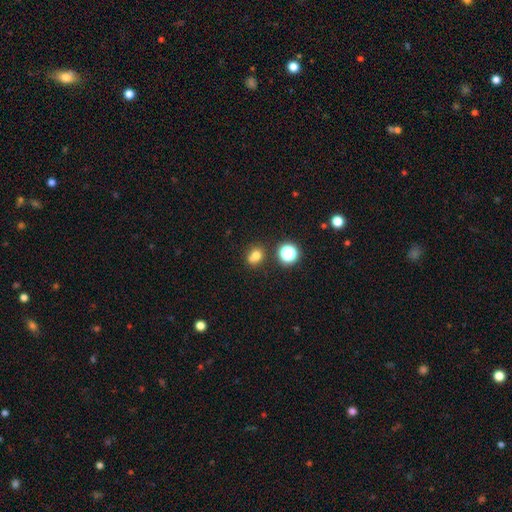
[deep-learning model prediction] Smooth or featured? smooth (73%)
How rounded? round (64%)
Merging? none (58%)